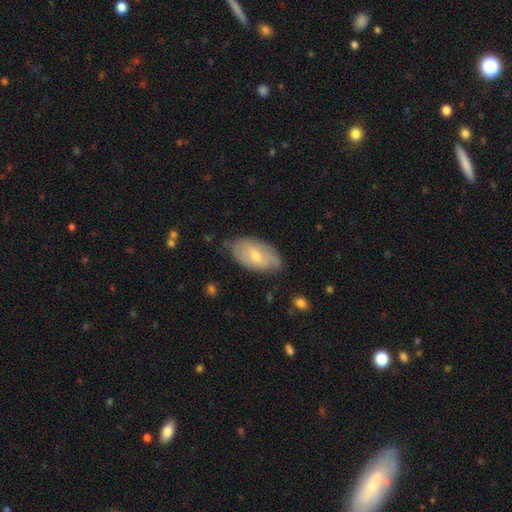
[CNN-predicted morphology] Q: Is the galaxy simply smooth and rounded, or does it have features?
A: featured or disk — 48%.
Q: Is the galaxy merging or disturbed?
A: none — 69%.